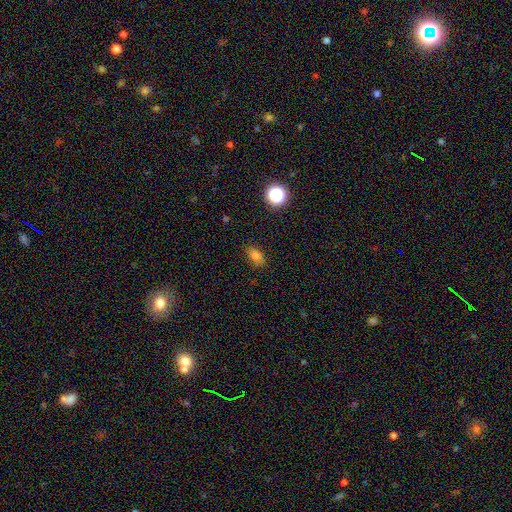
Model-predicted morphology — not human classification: Smooth or featured? smooth (77%)
How rounded? in between (85%)
Merging? none (81%)